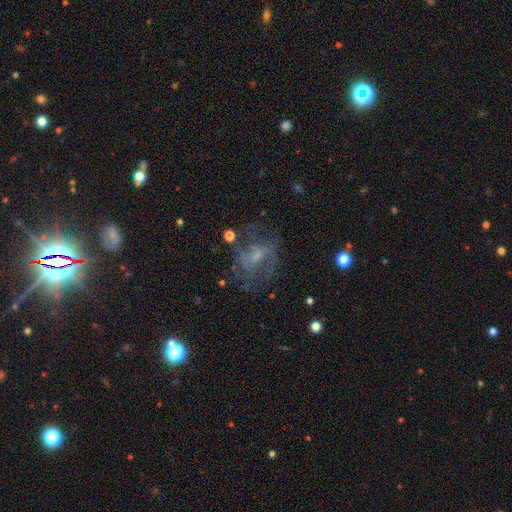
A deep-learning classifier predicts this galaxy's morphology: Smooth or featured?
  - featured or disk: 59% *
  - smooth: 27%
  - star or artifact: 14%
Edge-on disk?
  - no: 97% *
  - yes: 3%
Bar?
  - no: 49% *
  - weak: 41%
  - strong: 10%
Spiral arms?
  - yes: 56% *
  - no: 44%
Bulge size?
  - small: 48% *
  - moderate: 25%
  - none: 23%
  - large: 3%
  - dominant: 1%
Merging?
  - none: 48% *
  - major disturbance: 28%
  - minor disturbance: 20%
  - merger: 4%